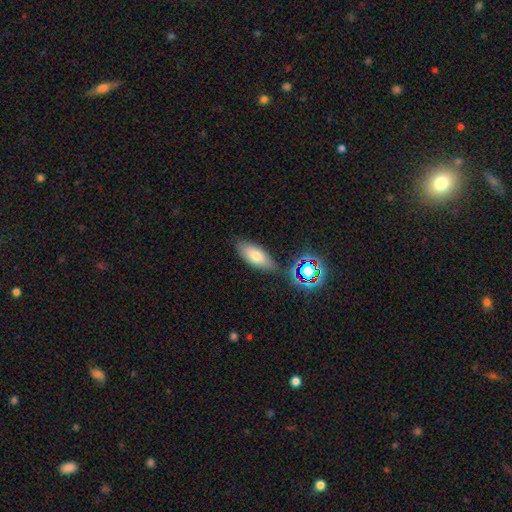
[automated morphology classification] A smooth galaxy with no disk features (70%) that is in between round and cigar-shaped (82%).

Vote fractions:
- Smooth or featured? smooth: 70% / featured or disk: 18% / star or artifact: 12%
- How rounded? in between: 82% / cigar-shaped: 14% / round: 4%
- Merging? none: 79% / minor disturbance: 13% / merger: 5% / major disturbance: 3%